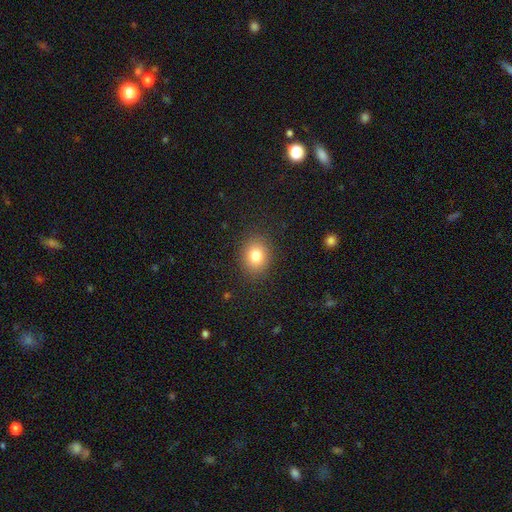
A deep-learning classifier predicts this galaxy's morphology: Q: Smooth or featured?
A: smooth (81%); runner-up: star or artifact (11%)
Q: How rounded?
A: round (57%); runner-up: in between (42%)
Q: Merging?
A: none (88%); runner-up: minor disturbance (8%)